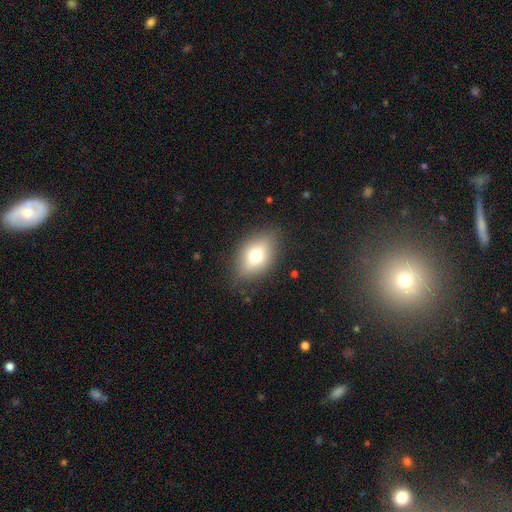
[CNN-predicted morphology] type=smooth (72%); roundness=in between (82%); merging=none (83%).